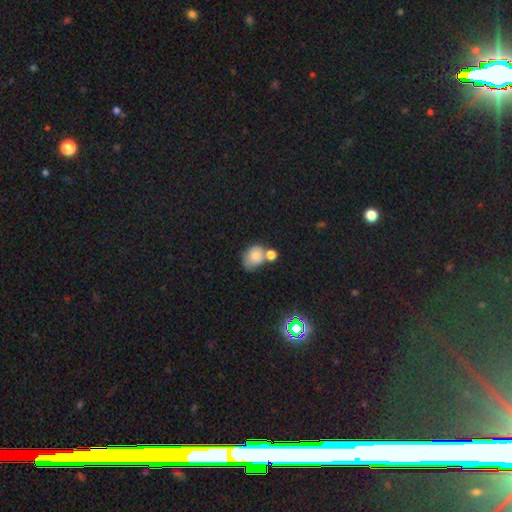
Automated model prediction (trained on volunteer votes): Smooth or featured?
  - smooth: 76% *
  - featured or disk: 13%
  - star or artifact: 11%
How rounded?
  - in between: 60% *
  - round: 38%
  - cigar-shaped: 1%
Merging?
  - none: 41% *
  - merger: 34%
  - minor disturbance: 18%
  - major disturbance: 6%